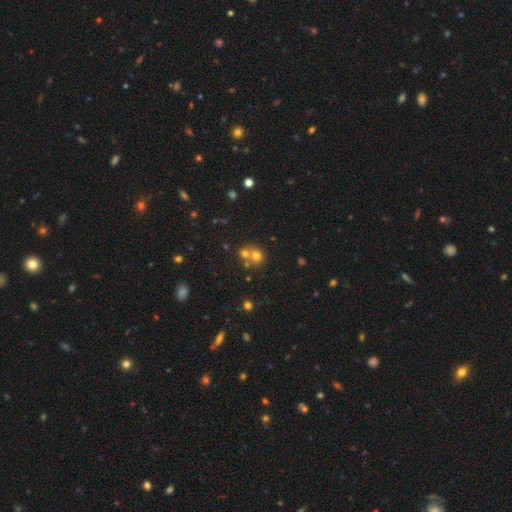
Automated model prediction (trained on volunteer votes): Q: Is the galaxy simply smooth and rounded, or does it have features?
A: smooth — 66%.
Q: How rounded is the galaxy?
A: round — 83%.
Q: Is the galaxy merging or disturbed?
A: merger — 47%.